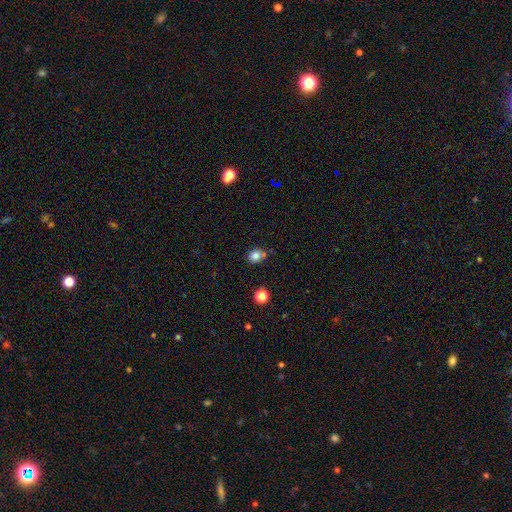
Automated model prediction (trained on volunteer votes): smooth_or_featured: smooth (p=0.81) [alt: star or artifact p=0.12]
how_rounded: round (p=0.68) [alt: in between p=0.31]
merging: none (p=0.66) [alt: minor disturbance p=0.16]